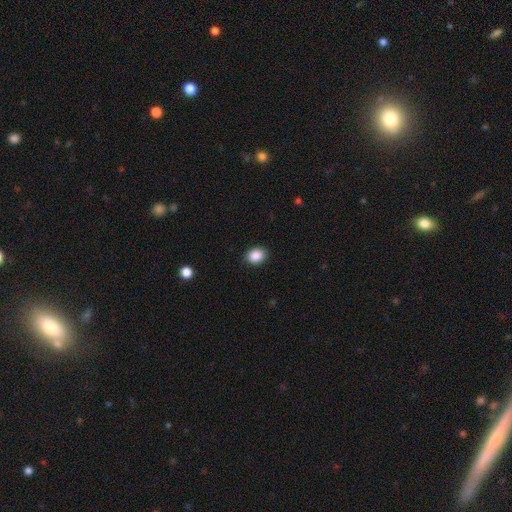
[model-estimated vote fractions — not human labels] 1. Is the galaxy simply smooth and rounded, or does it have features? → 89% smooth, 8% star or artifact, 3% featured or disk.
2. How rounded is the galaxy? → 55% in between, 44% round, 1% cigar-shaped.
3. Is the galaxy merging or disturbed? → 89% none, 8% minor disturbance, 2% major disturbance, 1% merger.